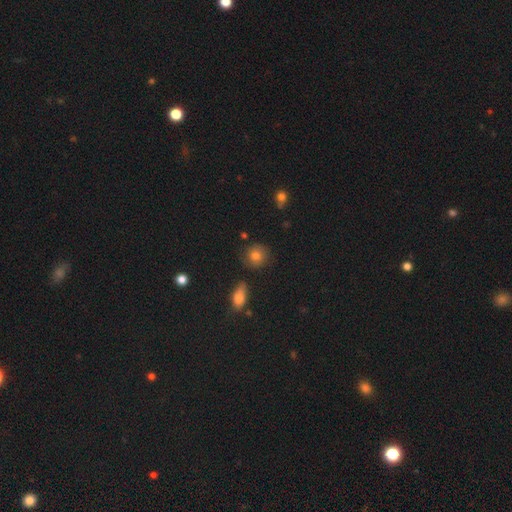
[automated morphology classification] A smooth galaxy with no disk features (78%) that is round (85%). Merging: none (79%).